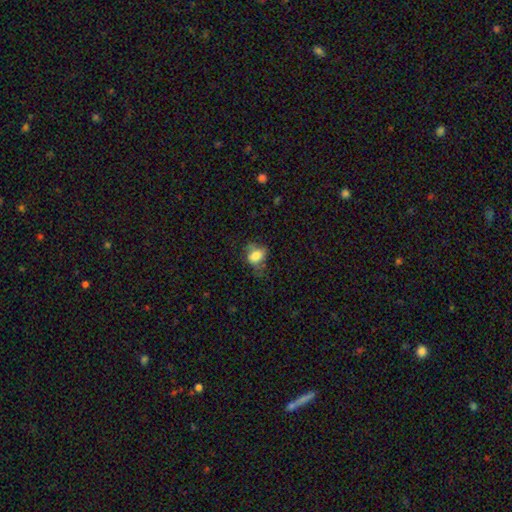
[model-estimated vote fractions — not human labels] smooth_or_featured: smooth (p=0.78) [alt: featured or disk p=0.13]
how_rounded: in between (p=0.66) [alt: round p=0.33]
merging: none (p=0.45) [alt: minor disturbance p=0.31]